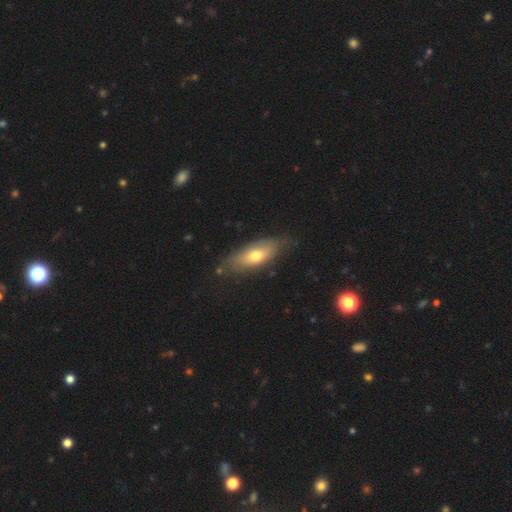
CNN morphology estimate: Smooth or featured?
  - smooth: 62% *
  - featured or disk: 32%
  - star or artifact: 6%
How rounded?
  - in between: 73% *
  - cigar-shaped: 24%
  - round: 3%
Merging?
  - none: 72% *
  - minor disturbance: 22%
  - major disturbance: 5%
  - merger: 2%